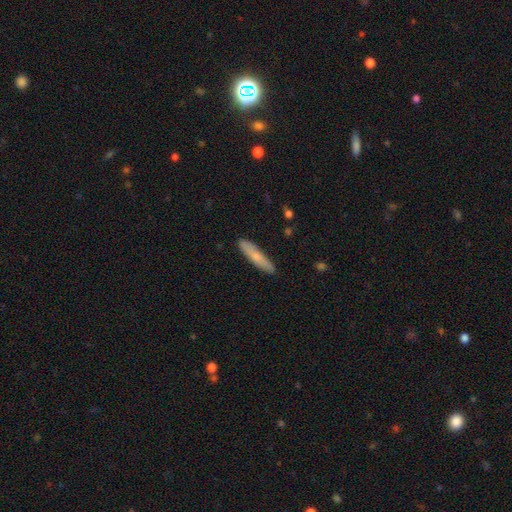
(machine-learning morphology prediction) A smooth galaxy with no disk features (68%) that is cigar-shaped (85%). Merging: none (88%).